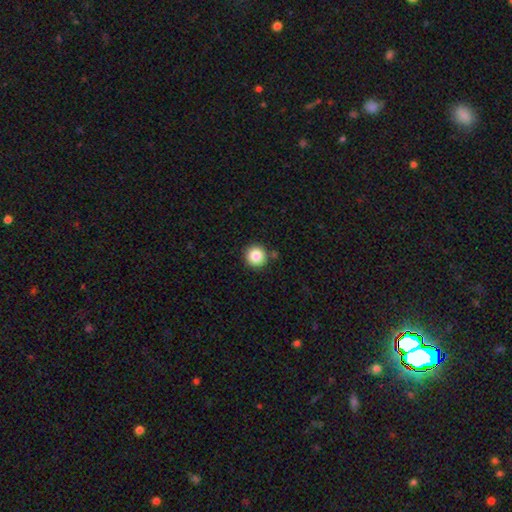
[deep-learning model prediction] Smooth or featured: smooth — 86% (star or artifact — 10%)
How rounded: round — 96% (in between — 3%)
Merging: none — 87% (minor disturbance — 7%)